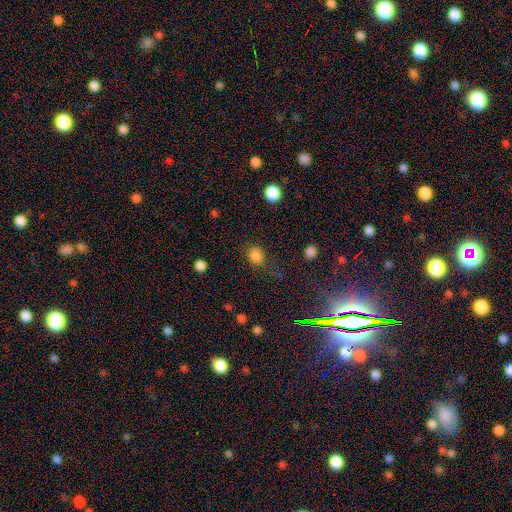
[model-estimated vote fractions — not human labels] smooth_or_featured: smooth (p=0.82) [alt: star or artifact p=0.13]
how_rounded: round (p=0.68) [alt: in between p=0.31]
merging: none (p=0.74) [alt: minor disturbance p=0.15]